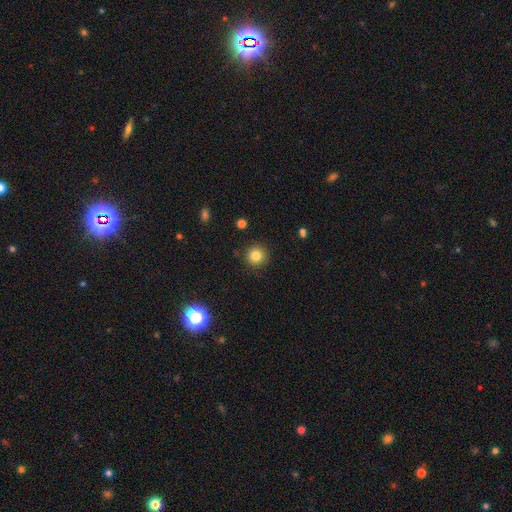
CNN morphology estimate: This appears to be a smooth galaxy with no disk features (83%) that is round (94%). Merging: none (90%).